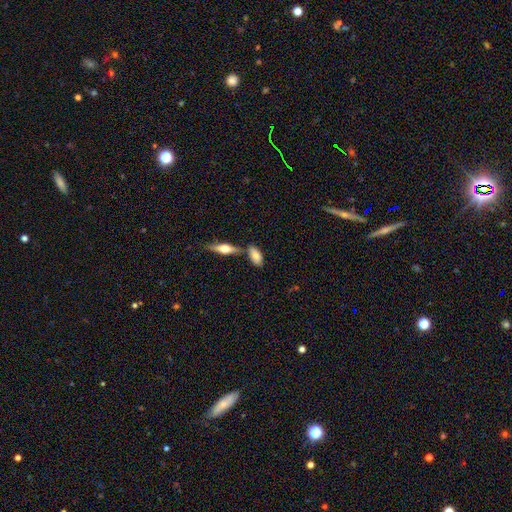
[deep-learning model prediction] Morphology: type=smooth (74%); roundness=in between (84%); merging=none (60%).